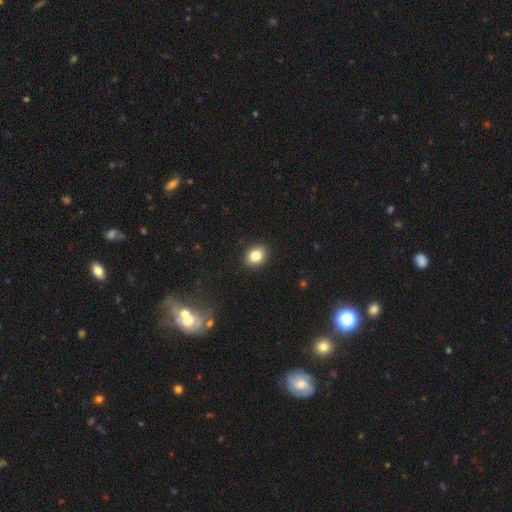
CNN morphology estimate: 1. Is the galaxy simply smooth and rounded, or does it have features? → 83% smooth, 10% star or artifact, 7% featured or disk.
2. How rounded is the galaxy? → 51% round, 48% in between, 1% cigar-shaped.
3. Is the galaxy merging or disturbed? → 90% none, 7% minor disturbance, 2% major disturbance, 1% merger.